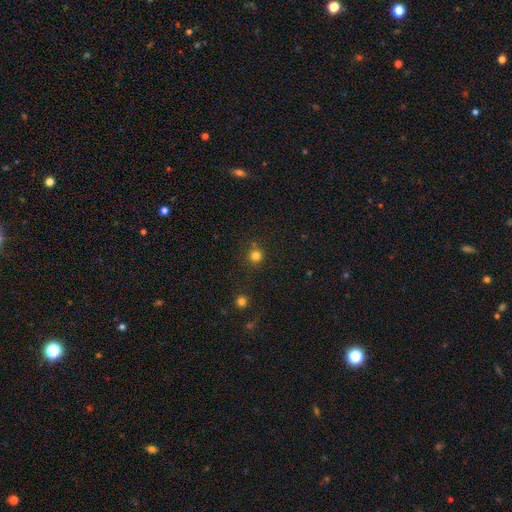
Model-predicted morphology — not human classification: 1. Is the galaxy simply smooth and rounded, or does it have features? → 80% smooth, 16% star or artifact, 5% featured or disk.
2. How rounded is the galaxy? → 94% round, 5% in between, 1% cigar-shaped.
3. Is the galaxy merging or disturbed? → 84% none, 8% minor disturbance, 5% merger, 3% major disturbance.